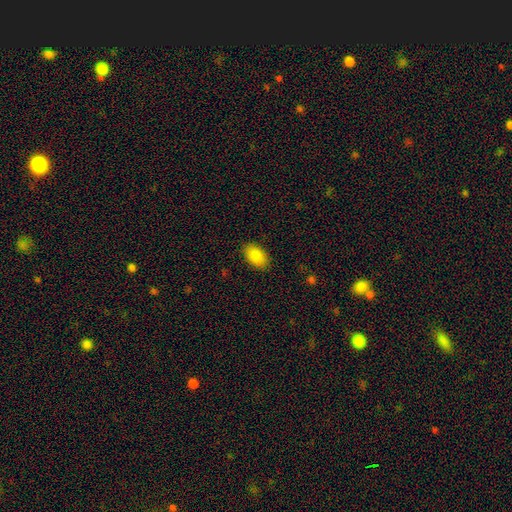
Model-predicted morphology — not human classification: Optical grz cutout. It shows a smooth galaxy with no disk features (85%) that is in between round and cigar-shaped (91%). Merging: none (88%).